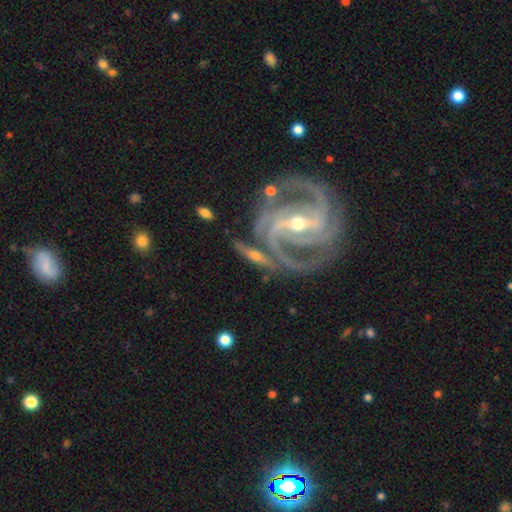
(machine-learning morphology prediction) A featured or disk galaxy (87%) with a strong bar (58%), 2 (36%) tight (46%) spiral arms (95%) and a moderate central bulge (52%).

Vote fractions:
- Smooth or featured? featured or disk: 87% / smooth: 7% / star or artifact: 6%
- Edge-on disk? no: 91% / yes: 9%
- Bar? strong: 58% / weak: 27% / no: 15%
- Spiral arms? yes: 95% / no: 5%
- Spiral winding? tight: 46% / medium: 43% / loose: 11%
- Spiral arm count? 2: 36% / 3: 34% / 4: 11% / can't tell: 9% / 1: 5% / more than 4: 5%
- Bulge size? moderate: 52% / small: 43% / large: 3% / none: 1% / dominant: 1%
- Merging? none: 63% / minor disturbance: 16% / merger: 12% / major disturbance: 9%